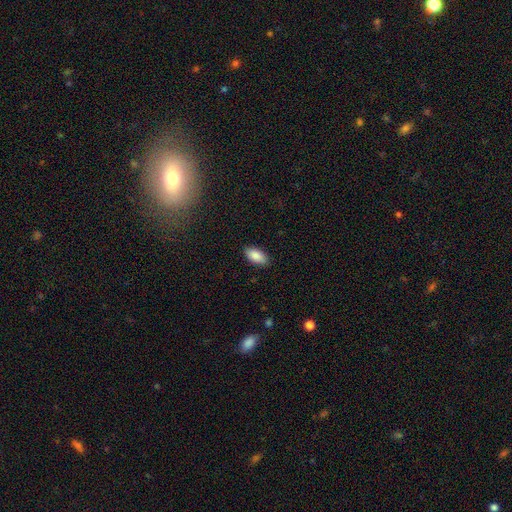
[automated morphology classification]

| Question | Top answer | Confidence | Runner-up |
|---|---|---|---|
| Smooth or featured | smooth | 87% | star or artifact (7%) |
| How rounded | in between | 93% | cigar-shaped (4%) |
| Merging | none | 88% | minor disturbance (9%) |